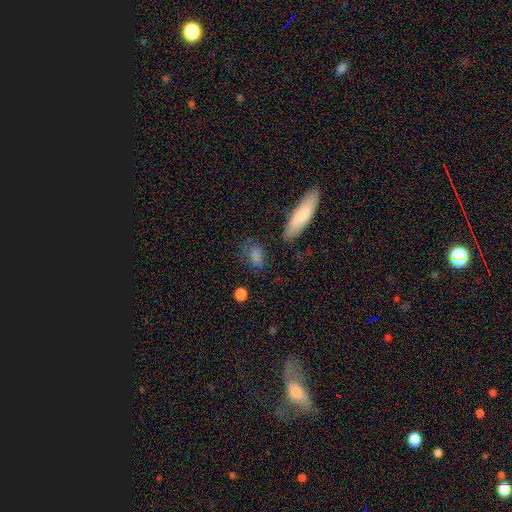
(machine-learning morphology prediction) A smooth galaxy with no disk features (73%) that is in between round and cigar-shaped (67%). Merging: none (62%).